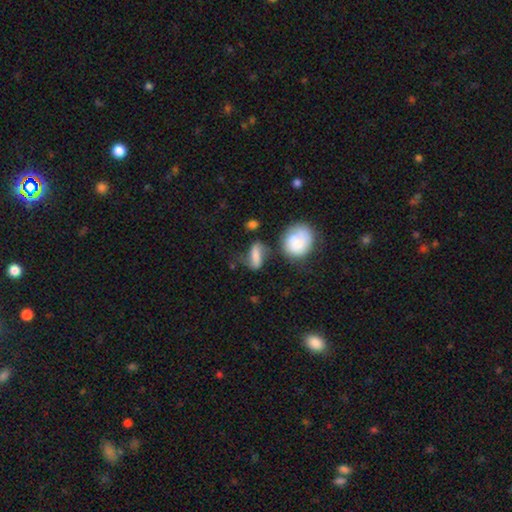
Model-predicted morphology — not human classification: Smooth or featured: smooth — 62% (featured or disk — 27%)
How rounded: in between — 70% (cigar-shaped — 18%)
Merging: none — 48% (minor disturbance — 25%)